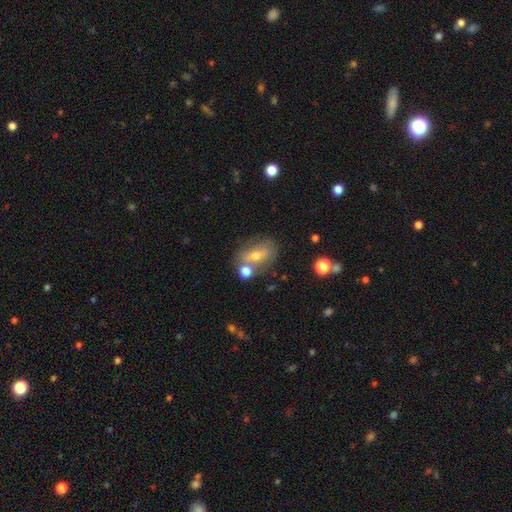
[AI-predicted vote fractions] smooth_or_featured: smooth (p=0.49) [alt: featured or disk p=0.39]
merging: none (p=0.62) [alt: minor disturbance p=0.16]